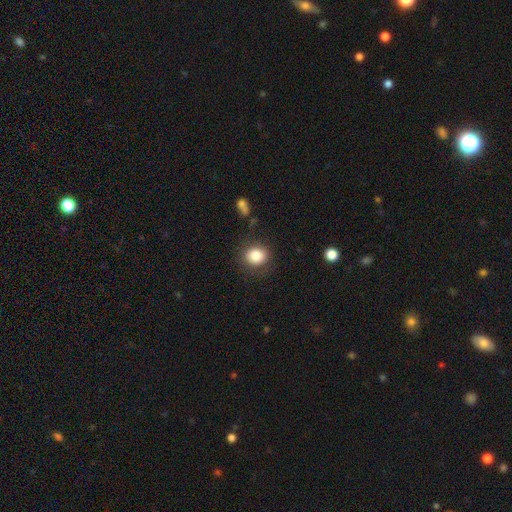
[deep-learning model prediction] smooth-or-featured: smooth: 85% | star or artifact: 9% | featured or disk: 6%
  how-rounded: round: 71% | in between: 28% | cigar-shaped: 1%
  merging: none: 82% | minor disturbance: 12% | major disturbance: 4% | merger: 2%